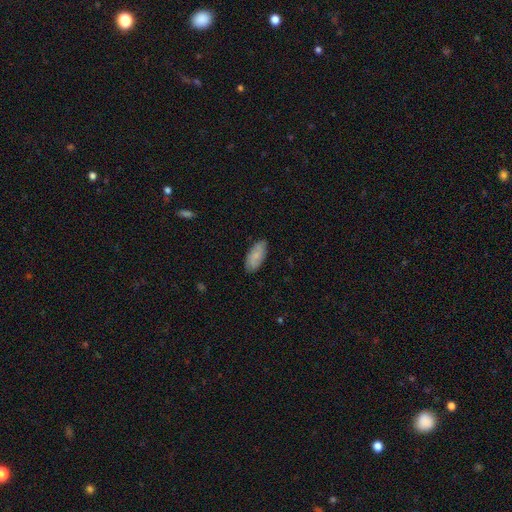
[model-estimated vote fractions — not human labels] A smooth galaxy with no disk features (77%) that is in between round and cigar-shaped (89%). Merging: none (83%).